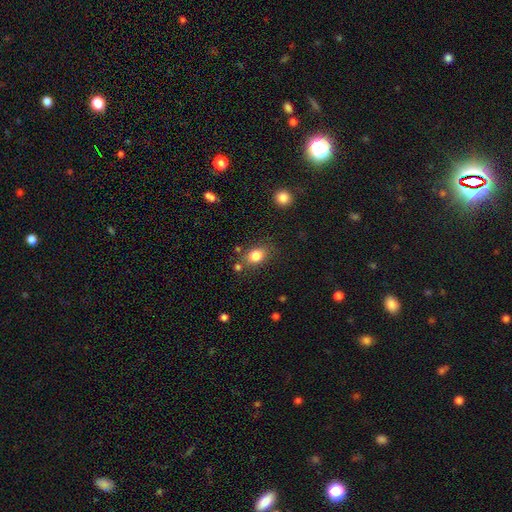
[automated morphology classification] This is clearly a smooth galaxy (83%). How rounded: likely in between (68%). Merging: likely none (75%).